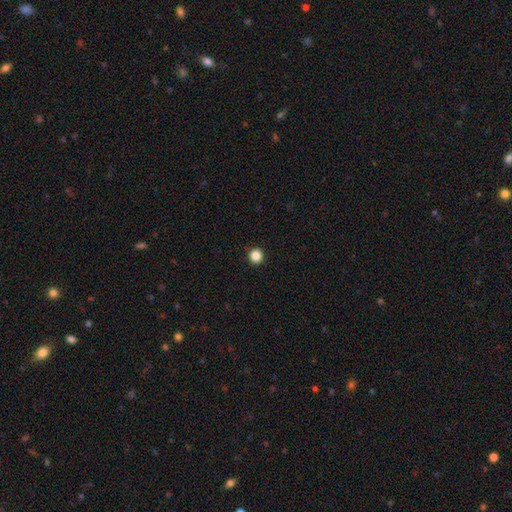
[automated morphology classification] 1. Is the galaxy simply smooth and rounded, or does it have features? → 87% smooth, 11% star or artifact, 3% featured or disk.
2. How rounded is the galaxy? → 93% round, 6% in between, 1% cigar-shaped.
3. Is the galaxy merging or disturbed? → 93% none, 5% minor disturbance, 2% major disturbance, 1% merger.